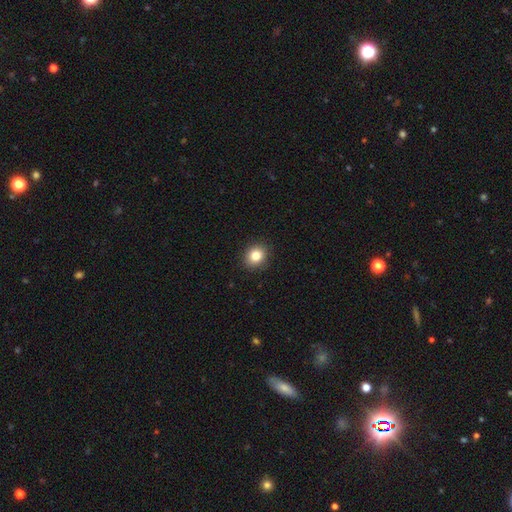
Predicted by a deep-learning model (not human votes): This is clearly a smooth galaxy (83%). How rounded: likely round (67%). Merging: clearly none (90%).